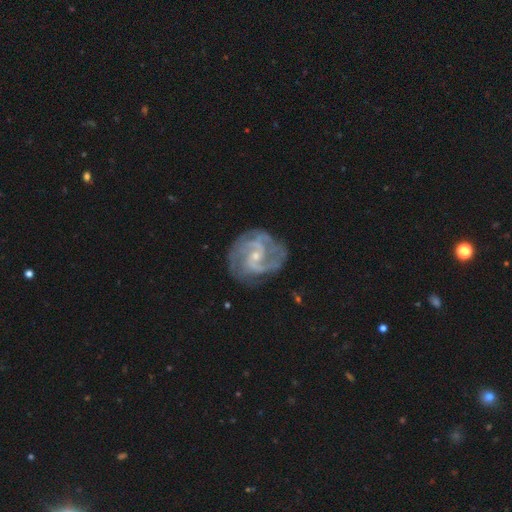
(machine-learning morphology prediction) A featured or disk galaxy (89%) with a weak bar (45%), 2 (59%) medium (52%) spiral arms (97%) and a small central bulge (72%).

Vote fractions:
- Smooth or featured? featured or disk: 89% / smooth: 6% / star or artifact: 5%
- Edge-on disk? no: 98% / yes: 2%
- Bar? weak: 45% / no: 42% / strong: 12%
- Spiral arms? yes: 97% / no: 3%
- Spiral winding? medium: 52% / tight: 33% / loose: 15%
- Spiral arm count? 2: 59% / 3: 15% / can't tell: 13% / 4: 5% / 1: 4% / more than 4: 4%
- Bulge size? small: 72% / moderate: 24% / none: 2% / large: 1% / dominant: 1%
- Merging? none: 72% / minor disturbance: 18% / major disturbance: 9% / merger: 2%